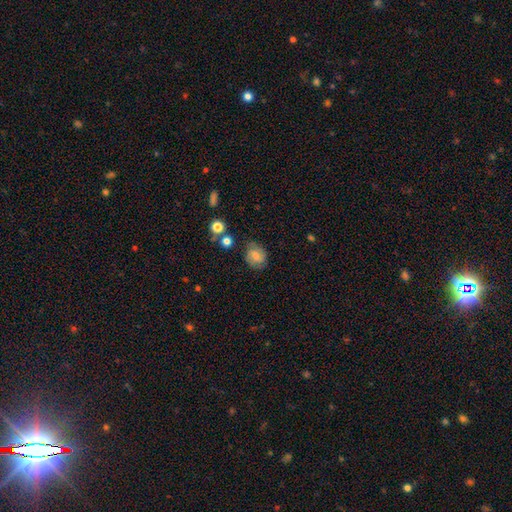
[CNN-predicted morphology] A smooth galaxy with no disk features (64%) that is round (53%). Merging: none (72%).